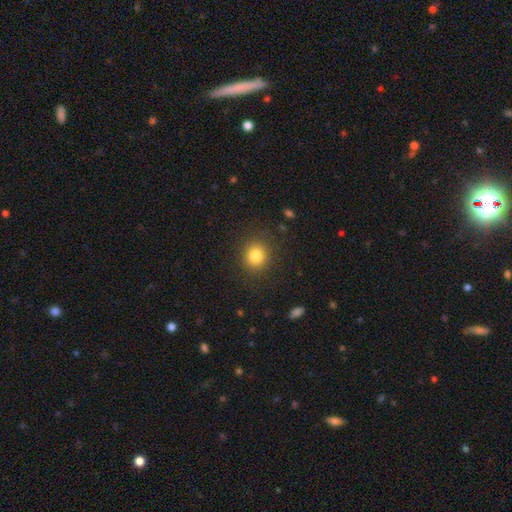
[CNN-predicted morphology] Overall: smooth (82%). How rounded: round (86%). Merging: none (88%).